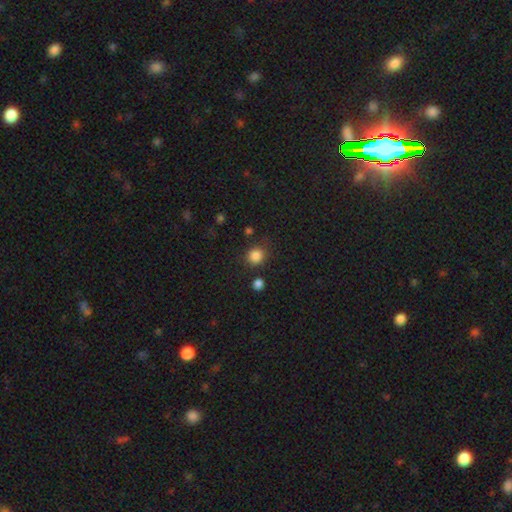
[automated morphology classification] The model was most divided on "merging": none: 79%, minor disturbance: 11%, merger: 5%, major disturbance: 4%. More confident: how rounded — round (86%); smooth or featured — smooth (85%).